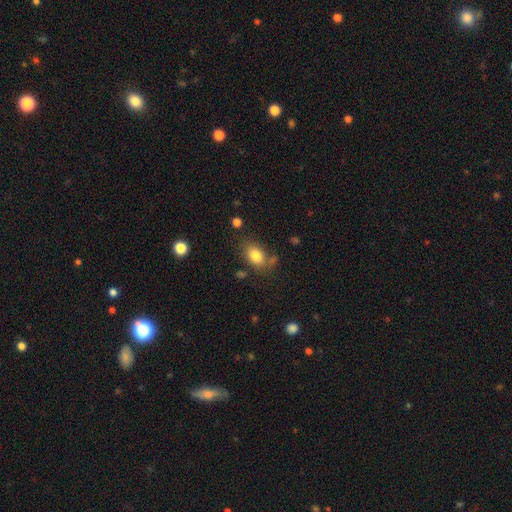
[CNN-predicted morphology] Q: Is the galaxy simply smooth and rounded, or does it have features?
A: smooth — 81%.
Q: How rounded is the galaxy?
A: in between — 79%.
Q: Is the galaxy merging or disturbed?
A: none — 70%.